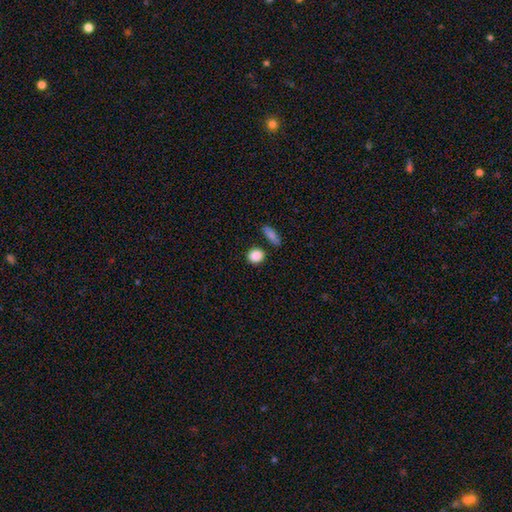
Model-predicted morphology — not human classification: Overall: smooth (88%). How rounded: round (76%). Merging: none (82%).